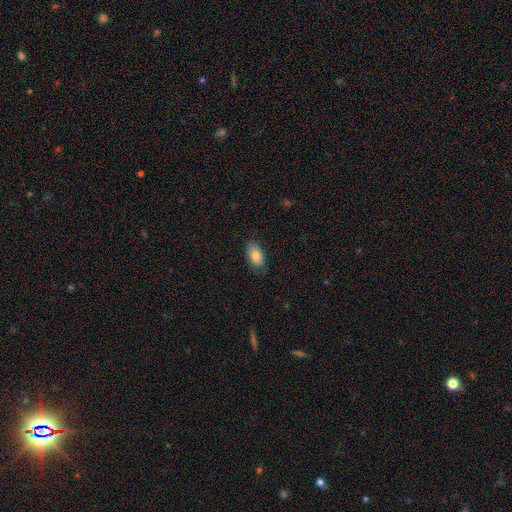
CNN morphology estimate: This appears to be a smooth galaxy with no disk features (83%) that is in between round and cigar-shaped (93%). Merging: none (82%).